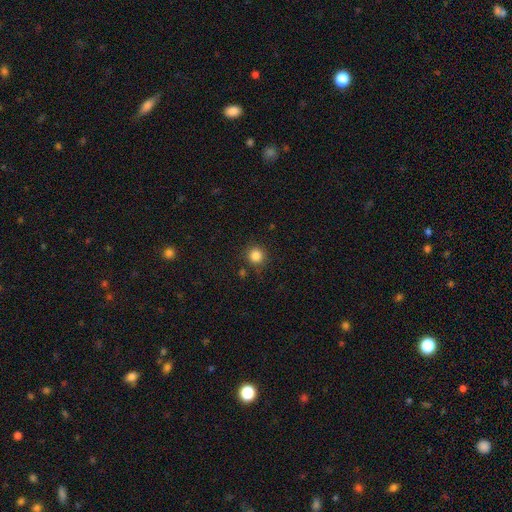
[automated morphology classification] A smooth galaxy with no disk features (85%) that is round (94%).

Vote fractions:
- Smooth or featured? smooth: 85% / star or artifact: 11% / featured or disk: 4%
- How rounded? round: 94% / in between: 5% / cigar-shaped: 1%
- Merging? none: 86% / minor disturbance: 8% / merger: 3% / major disturbance: 3%